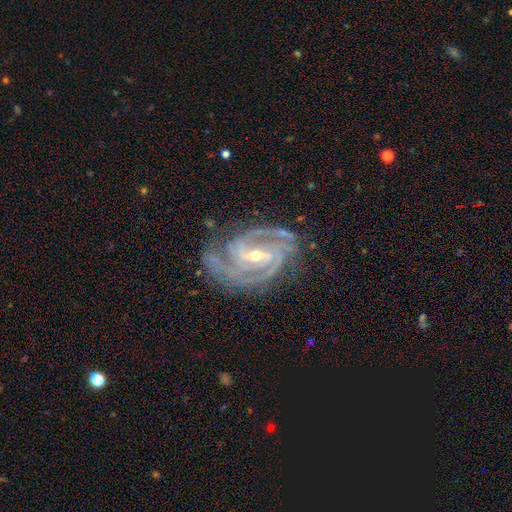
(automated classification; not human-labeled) This appears to be a featured or disk galaxy (92%) with a weak bar (40%), 3 (37%) tight (63%) spiral arms (99%) and a small central bulge (60%). Merging: none (74%).